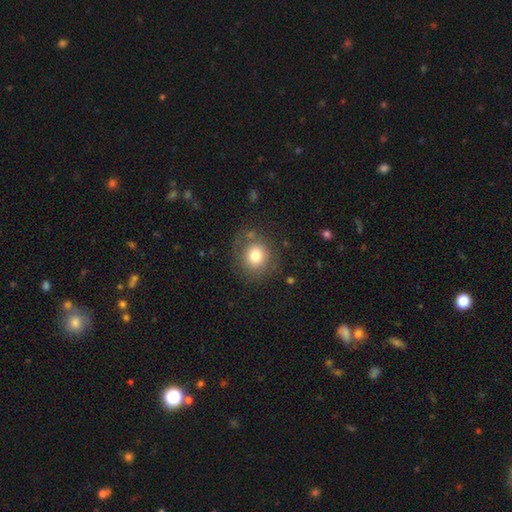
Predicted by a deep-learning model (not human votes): Smooth or featured? Predicted: smooth (p=0.78). How rounded? Predicted: round (p=0.84). Merging? Predicted: none (p=0.77).